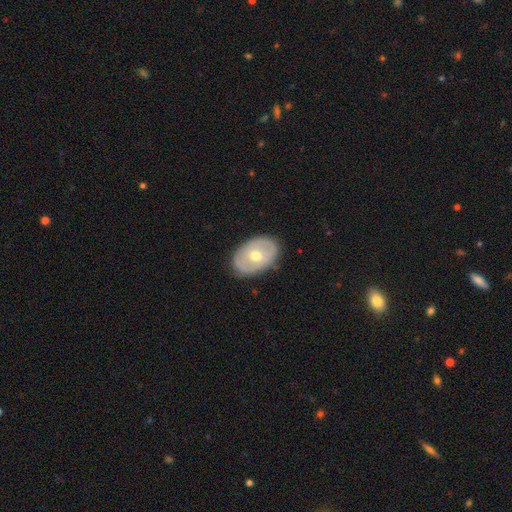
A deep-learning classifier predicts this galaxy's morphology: The model was most divided on "smooth or featured": featured or disk: 52%, smooth: 42%, star or artifact: 6%. More confident: edge-on disk — no (91%); merging — none (83%).